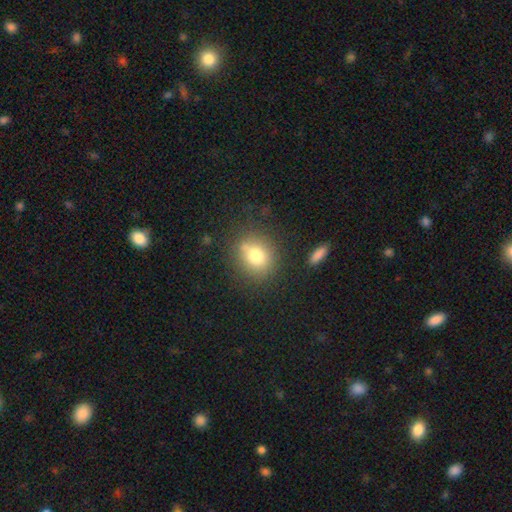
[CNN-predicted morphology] This appears to be a smooth galaxy with no disk features (75%) that is round (76%). Merging: none (74%).